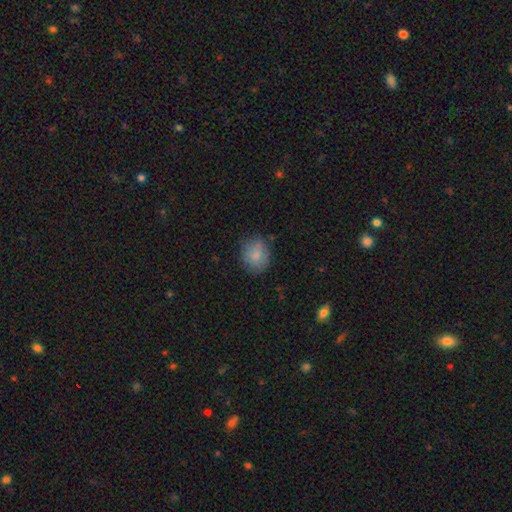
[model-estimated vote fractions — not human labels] Q: Smooth or featured?
A: smooth (81%); runner-up: featured or disk (10%)
Q: How rounded?
A: round (68%); runner-up: in between (31%)
Q: Merging?
A: none (75%); runner-up: minor disturbance (18%)